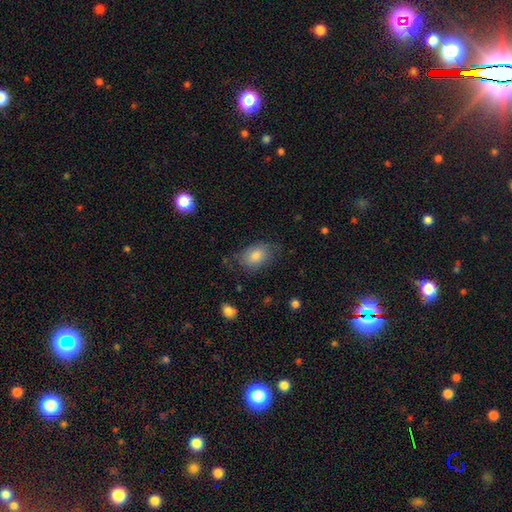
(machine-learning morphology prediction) Overall: smooth (68%). How rounded: in between (83%). Merging: none (65%).